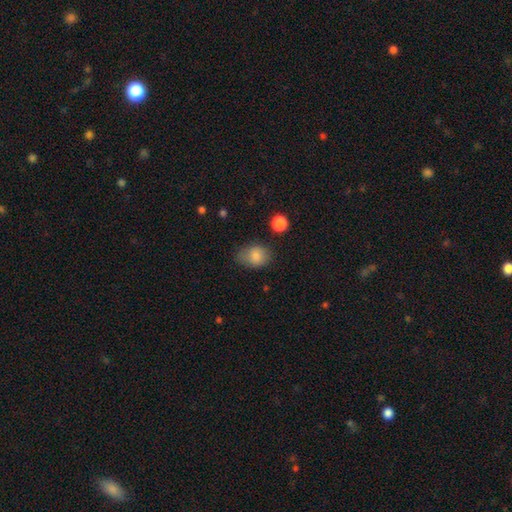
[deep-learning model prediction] A smooth galaxy with no disk features (83%) that is in between round and cigar-shaped (64%).

Vote fractions:
- Smooth or featured? smooth: 83% / star or artifact: 9% / featured or disk: 8%
- How rounded? in between: 64% / round: 35% / cigar-shaped: 1%
- Merging? none: 67% / minor disturbance: 24% / major disturbance: 7% / merger: 2%